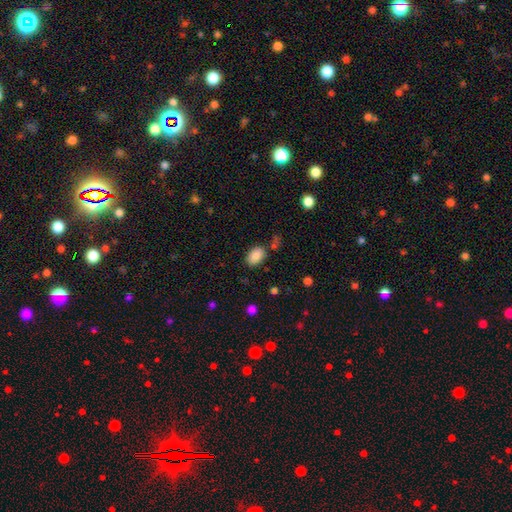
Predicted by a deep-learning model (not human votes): smooth_or_featured: smooth (p=0.86) [alt: star or artifact p=0.08]
how_rounded: in between (p=0.88) [alt: round p=0.11]
merging: none (p=0.76) [alt: minor disturbance p=0.14]